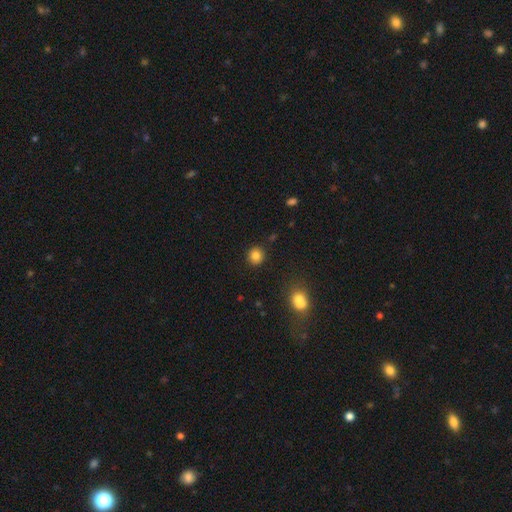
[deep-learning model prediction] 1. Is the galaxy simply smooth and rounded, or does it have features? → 83% smooth, 11% star or artifact, 6% featured or disk.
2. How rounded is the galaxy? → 87% round, 12% in between, 1% cigar-shaped.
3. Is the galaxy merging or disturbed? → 89% none, 6% minor disturbance, 2% merger, 2% major disturbance.